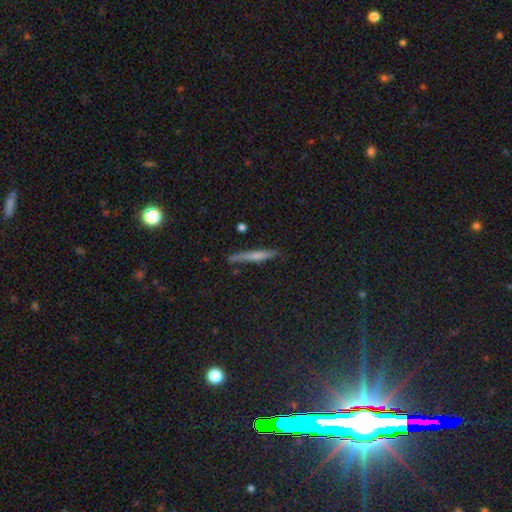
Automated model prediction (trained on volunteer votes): smooth-or-featured: smooth: 54% | featured or disk: 35% | star or artifact: 11%
  how-rounded: cigar-shaped: 93% | in between: 5% | round: 2%
  merging: none: 82% | minor disturbance: 13% | major disturbance: 3% | merger: 2%